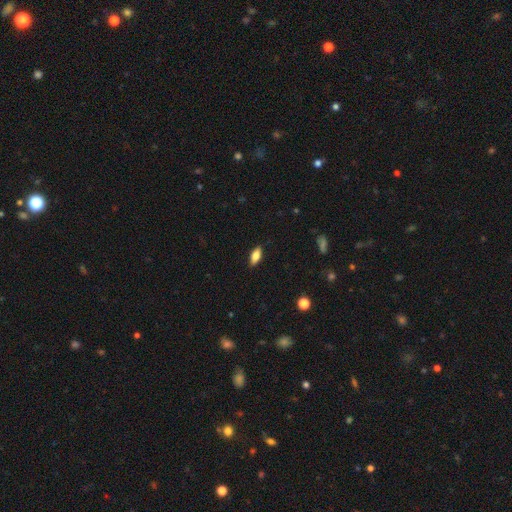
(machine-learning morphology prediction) Smooth or featured? Predicted: smooth (p=0.78). How rounded? Predicted: in between (p=0.83). Merging? Predicted: none (p=0.87).